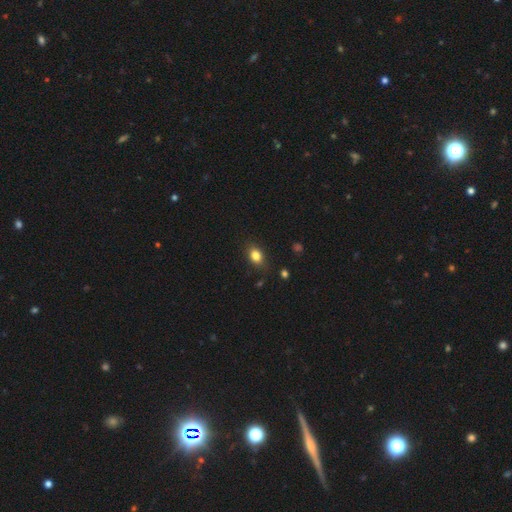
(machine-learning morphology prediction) smooth-or-featured: smooth: 82% | star or artifact: 10% | featured or disk: 8%
  how-rounded: in between: 70% | round: 28% | cigar-shaped: 2%
  merging: none: 81% | minor disturbance: 15% | major disturbance: 3% | merger: 2%